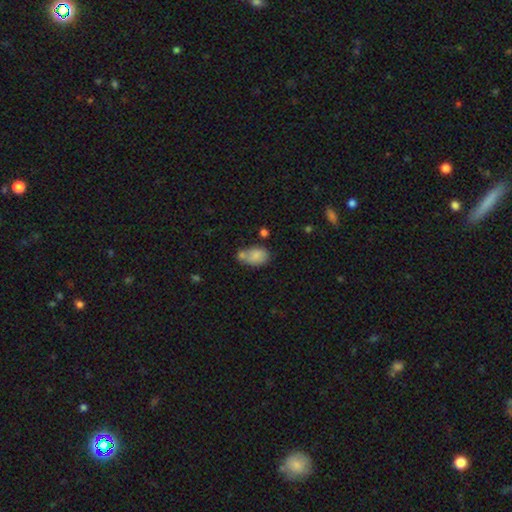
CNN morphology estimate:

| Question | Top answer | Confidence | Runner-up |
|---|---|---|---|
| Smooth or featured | smooth | 80% | featured or disk (11%) |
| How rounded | in between | 82% | round (16%) |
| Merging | none | 42% | merger (32%) |